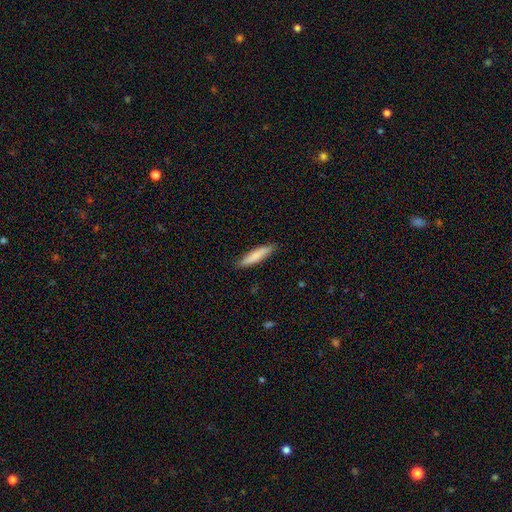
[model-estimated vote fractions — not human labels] Q: Smooth or featured?
A: smooth (78%); runner-up: featured or disk (16%)
Q: How rounded?
A: cigar-shaped (82%); runner-up: in between (16%)
Q: Merging?
A: none (88%); runner-up: minor disturbance (9%)